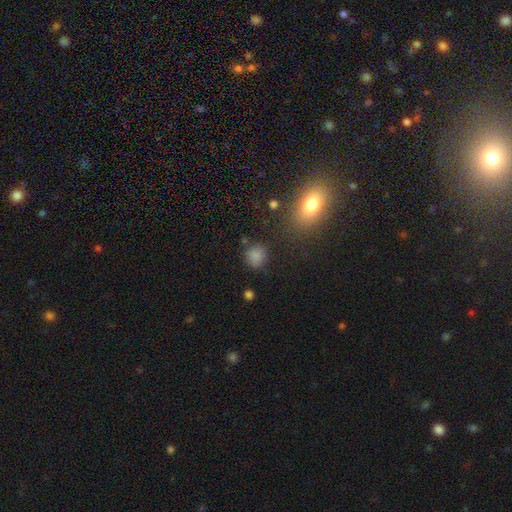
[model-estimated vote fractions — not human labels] smooth_or_featured: smooth (p=0.80) [alt: star or artifact p=0.14]
how_rounded: round (p=0.85) [alt: in between p=0.14]
merging: none (p=0.78) [alt: minor disturbance p=0.13]